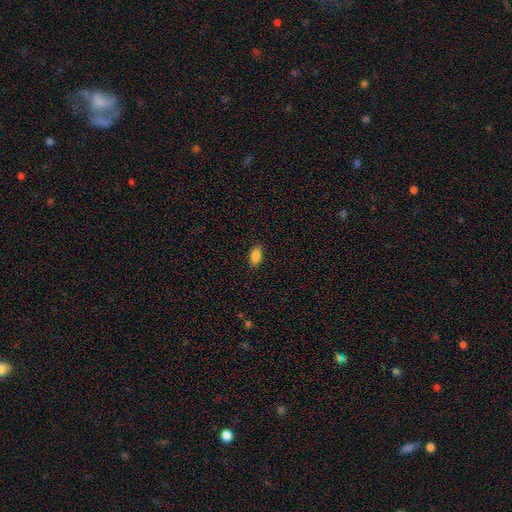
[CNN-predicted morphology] A smooth galaxy with no disk features (87%) that is in between round and cigar-shaped (90%). Merging: none (86%).